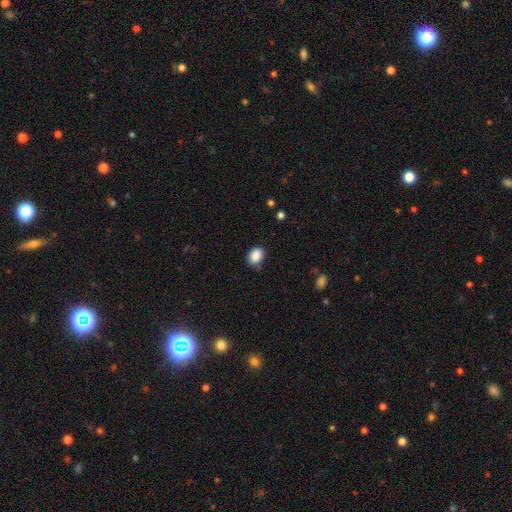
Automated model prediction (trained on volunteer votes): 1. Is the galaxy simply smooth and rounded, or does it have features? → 88% smooth, 9% star or artifact, 4% featured or disk.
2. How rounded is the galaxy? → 57% in between, 42% round, 1% cigar-shaped.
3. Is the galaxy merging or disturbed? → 72% none, 21% minor disturbance, 4% major disturbance, 2% merger.